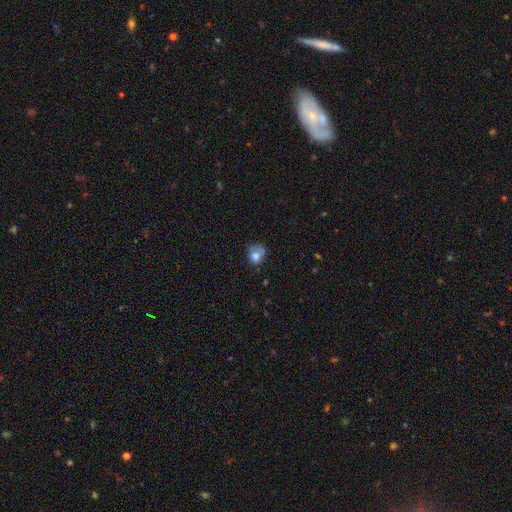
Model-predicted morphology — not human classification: Smooth or featured? smooth (72%)
How rounded? round (58%)
Merging? none (38%)